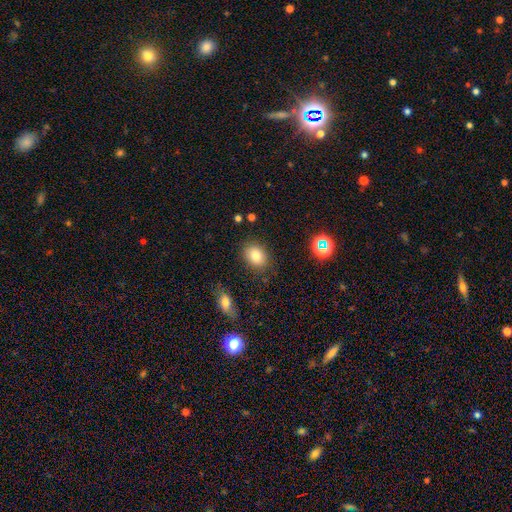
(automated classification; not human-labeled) A smooth galaxy with no disk features (81%) that is in between round and cigar-shaped (63%).

Vote fractions:
- Smooth or featured? smooth: 81% / star or artifact: 10% / featured or disk: 9%
- How rounded? in between: 63% / round: 36% / cigar-shaped: 1%
- Merging? none: 83% / minor disturbance: 11% / major disturbance: 3% / merger: 3%